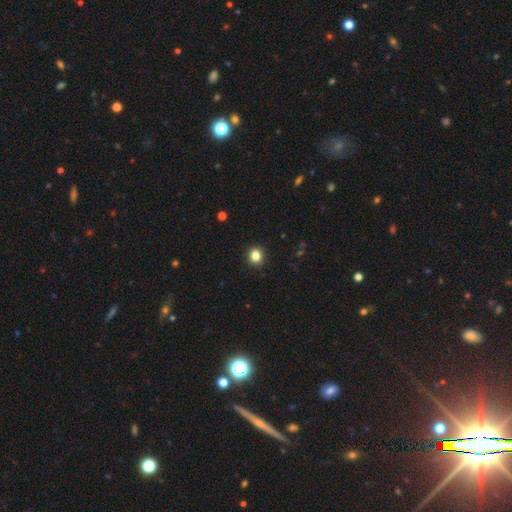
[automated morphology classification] Smooth or featured?
  - smooth: 83% *
  - star or artifact: 12%
  - featured or disk: 5%
How rounded?
  - round: 77% *
  - in between: 22%
  - cigar-shaped: 1%
Merging?
  - none: 91% *
  - minor disturbance: 6%
  - major disturbance: 2%
  - merger: 1%